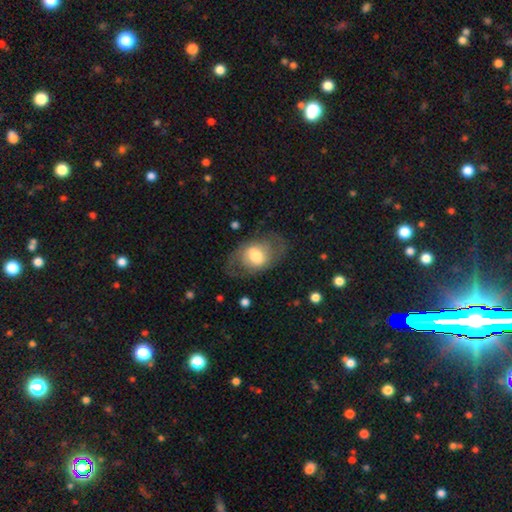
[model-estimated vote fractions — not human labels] A smooth galaxy with no disk features (52%) that is in between round and cigar-shaped (72%). Merging: none (63%).